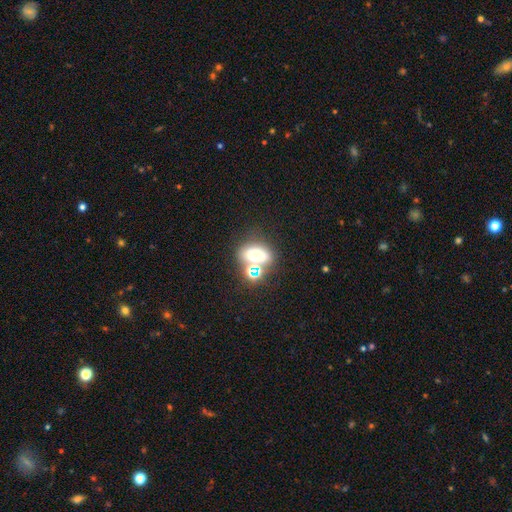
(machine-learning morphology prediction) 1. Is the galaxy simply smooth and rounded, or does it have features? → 63% smooth, 20% star or artifact, 17% featured or disk.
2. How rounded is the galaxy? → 68% in between, 30% round, 2% cigar-shaped.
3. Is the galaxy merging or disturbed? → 51% none, 31% merger, 12% minor disturbance, 7% major disturbance.